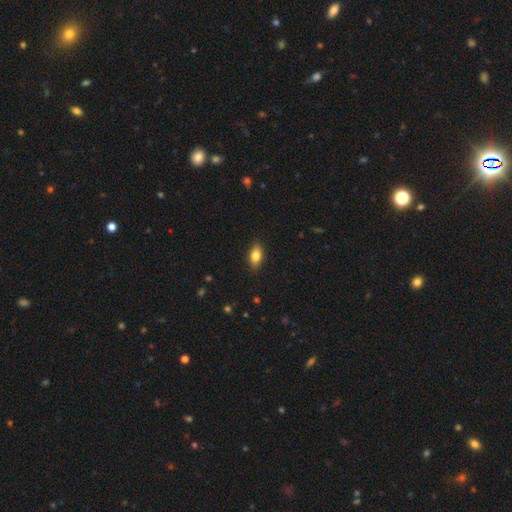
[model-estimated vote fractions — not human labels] This is likely a smooth galaxy (79%). How rounded: clearly in between (86%). Merging: clearly none (87%).